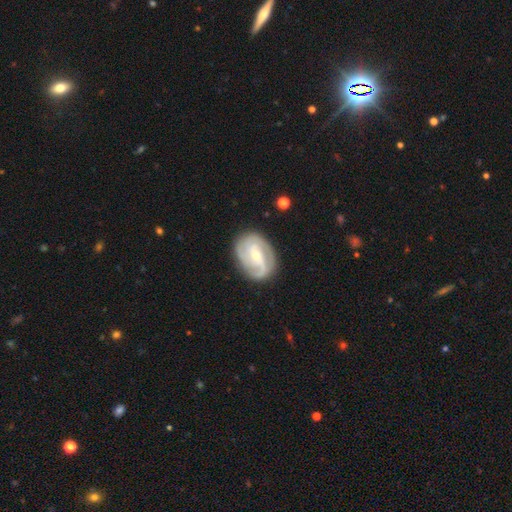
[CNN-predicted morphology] Smooth or featured? Predicted: featured or disk (p=0.85). Edge-on disk? Predicted: no (p=0.97). Bar? Predicted: weak (p=0.44). Spiral arms? Predicted: yes (p=0.96). Spiral winding? Predicted: tight (p=0.44). Spiral arm count? Predicted: 2 (p=0.40). Bulge size? Predicted: small (p=0.56). Merging? Predicted: none (p=0.79).